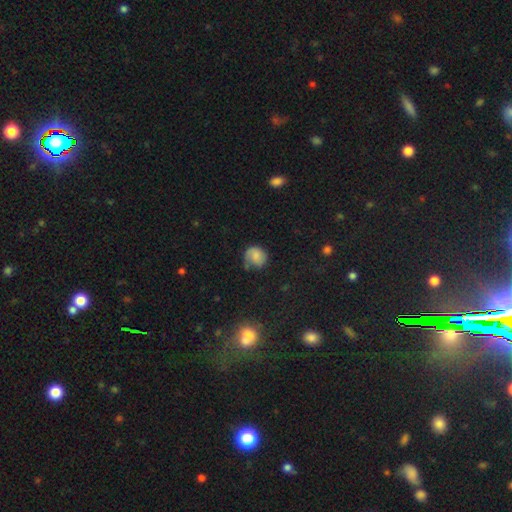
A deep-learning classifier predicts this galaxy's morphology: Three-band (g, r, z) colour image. It shows a smooth galaxy with no disk features (55%) that is round (76%). Merging: none (52%).